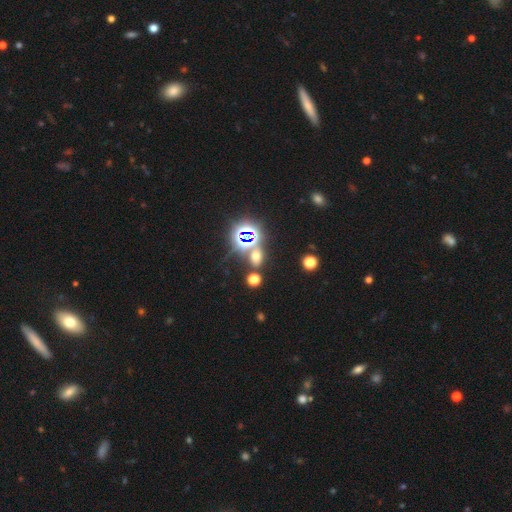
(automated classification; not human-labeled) This appears to be a star or artifact, not a galaxy (48%).